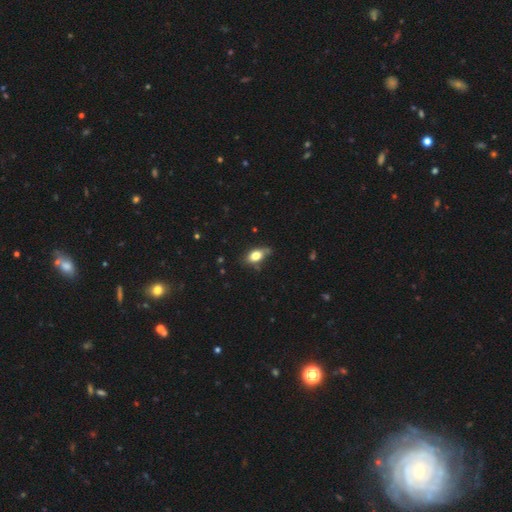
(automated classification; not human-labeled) smooth_or_featured: smooth (p=0.76) [alt: featured or disk p=0.16]
how_rounded: in between (p=0.84) [alt: round p=0.11]
merging: none (p=0.65) [alt: minor disturbance p=0.27]